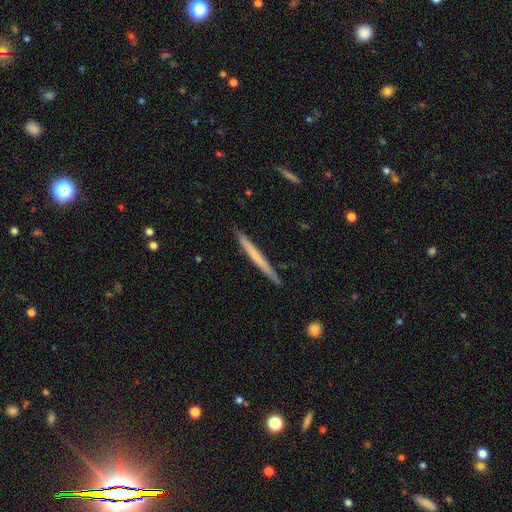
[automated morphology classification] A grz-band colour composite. It shows a smooth galaxy with no disk features (52%) that is cigar-shaped (97%). Merging: none (90%).